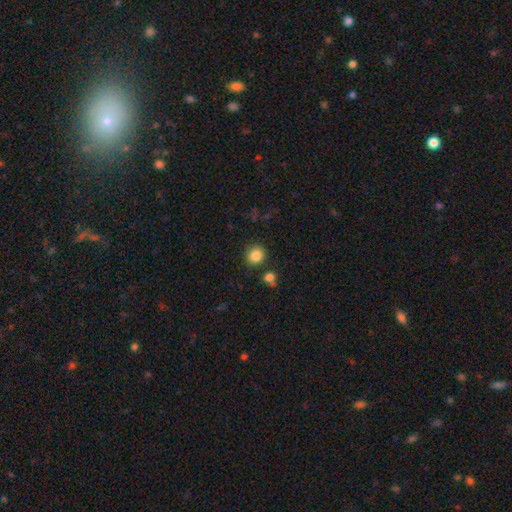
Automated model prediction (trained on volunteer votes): Morphology: type=smooth (85%); roundness=round (89%); merging=none (85%).